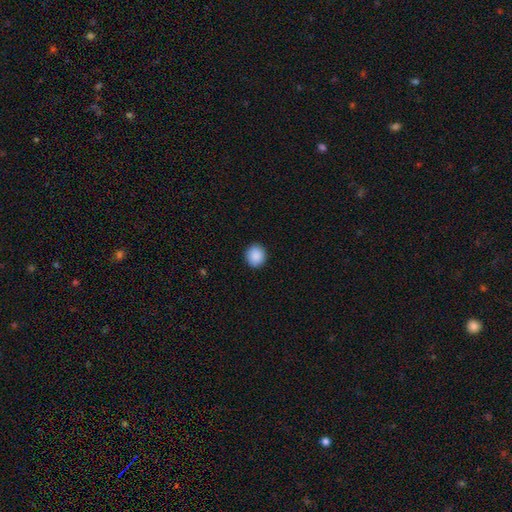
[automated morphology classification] smooth_or_featured: smooth (p=0.90) [alt: star or artifact p=0.08]
how_rounded: round (p=0.88) [alt: in between p=0.11]
merging: none (p=0.92) [alt: minor disturbance p=0.06]